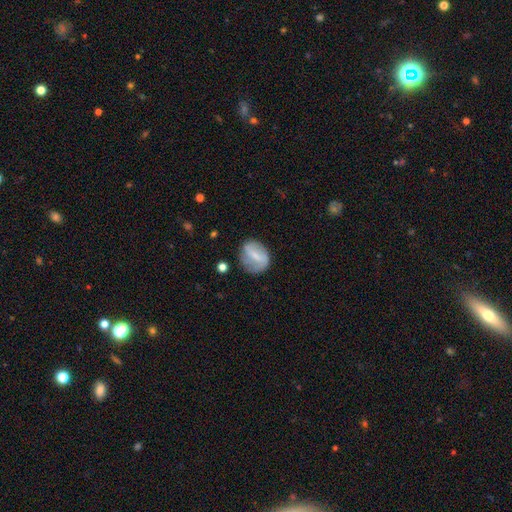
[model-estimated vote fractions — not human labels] This appears to be a smooth galaxy with no disk features (47%). Merging: none (62%).